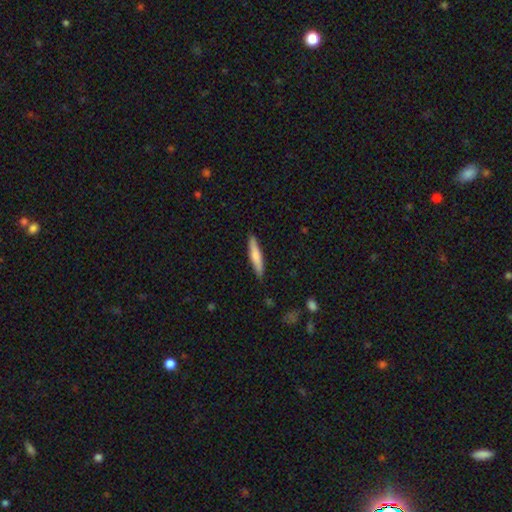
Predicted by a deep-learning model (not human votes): Morphology: type=smooth (70%); roundness=cigar-shaped (89%); merging=none (88%).